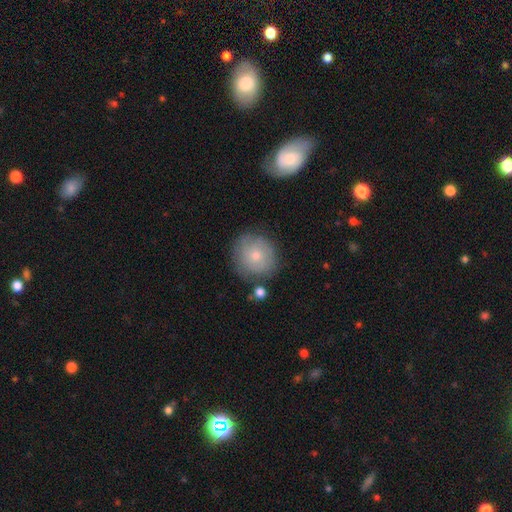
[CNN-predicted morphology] Q: Smooth or featured?
A: smooth (67%); runner-up: featured or disk (26%)
Q: How rounded?
A: round (90%); runner-up: in between (9%)
Q: Merging?
A: none (76%); runner-up: minor disturbance (16%)